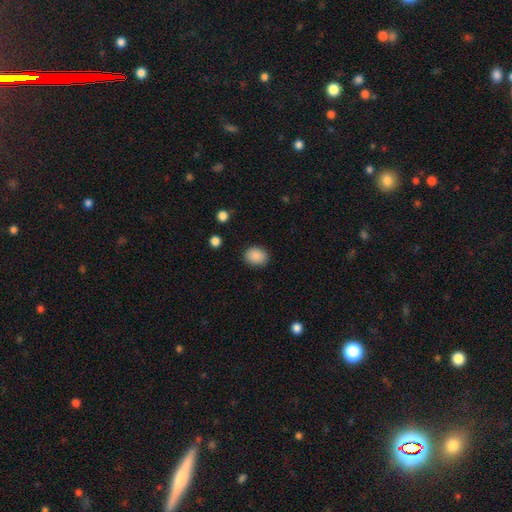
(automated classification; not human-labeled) The model was most divided on "how rounded": in between: 57%, round: 42%, cigar-shaped: 1%. More confident: smooth or featured — smooth (89%); merging — none (87%).